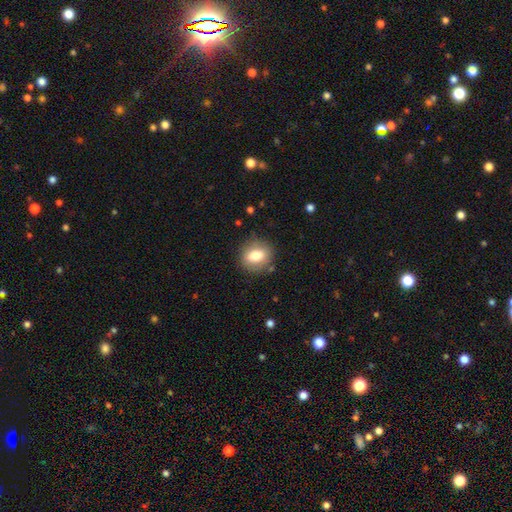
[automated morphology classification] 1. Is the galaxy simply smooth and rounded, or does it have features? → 77% smooth, 15% featured or disk, 9% star or artifact.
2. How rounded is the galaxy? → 59% round, 40% in between, 2% cigar-shaped.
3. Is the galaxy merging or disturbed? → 84% none, 11% minor disturbance, 3% major disturbance, 2% merger.